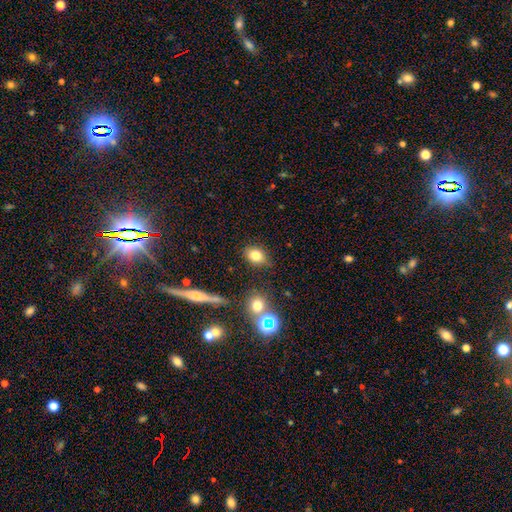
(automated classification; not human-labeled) Morphology: type=smooth (78%); roundness=in between (65%); merging=none (82%).